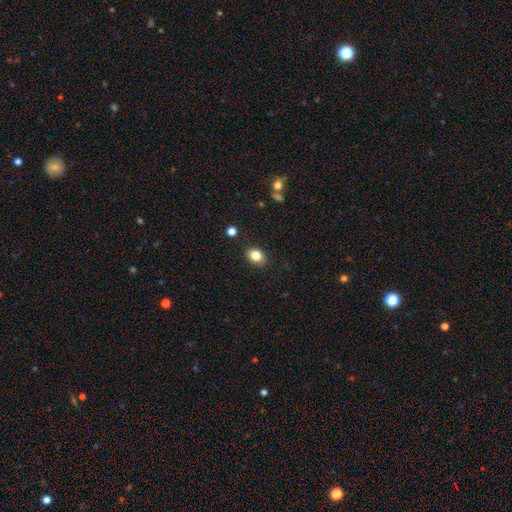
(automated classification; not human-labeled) Smooth or featured: smooth — 83% (star or artifact — 10%)
How rounded: in between — 61% (round — 38%)
Merging: none — 87% (minor disturbance — 9%)